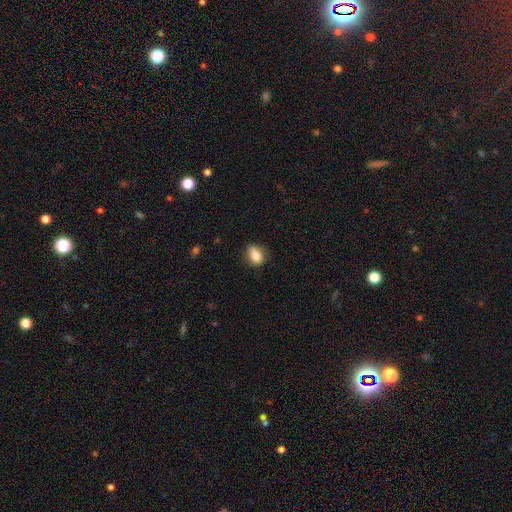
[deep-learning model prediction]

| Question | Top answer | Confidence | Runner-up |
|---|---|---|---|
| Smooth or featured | smooth | 83% | featured or disk (9%) |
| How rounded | in between | 63% | round (35%) |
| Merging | none | 71% | minor disturbance (23%) |